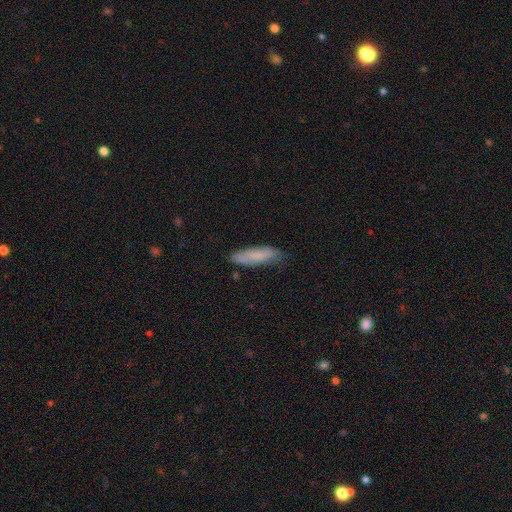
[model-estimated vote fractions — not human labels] smooth 75%, featured or disk 18%, star or artifact 7%. Down the decision tree: how rounded — cigar-shaped (61%); merging — none (76%).